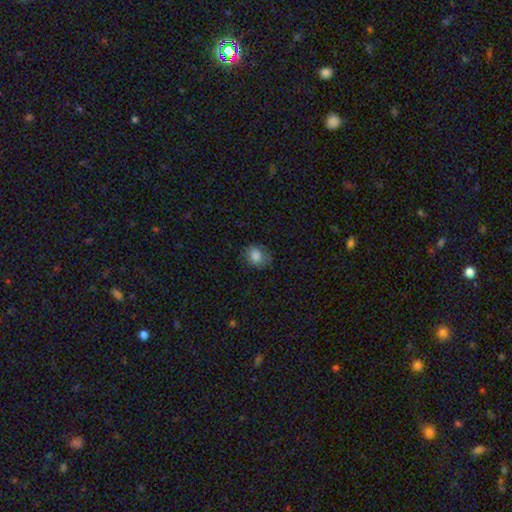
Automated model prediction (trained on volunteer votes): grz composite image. It shows a smooth galaxy with no disk features (82%) that is round (62%). Merging: none (70%).